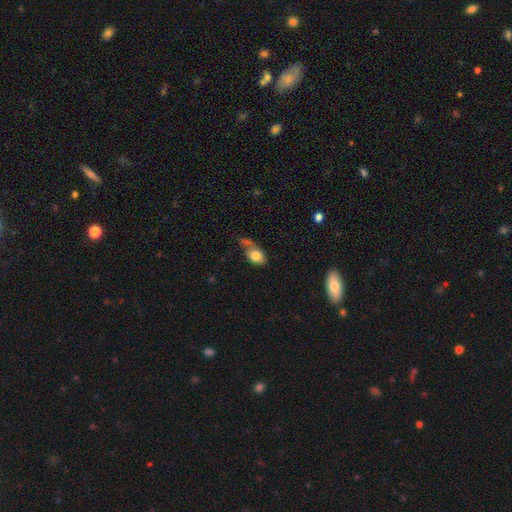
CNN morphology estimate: Smooth or featured? Predicted: smooth (p=0.77). How rounded? Predicted: in between (p=0.79). Merging? Predicted: none (p=0.31).